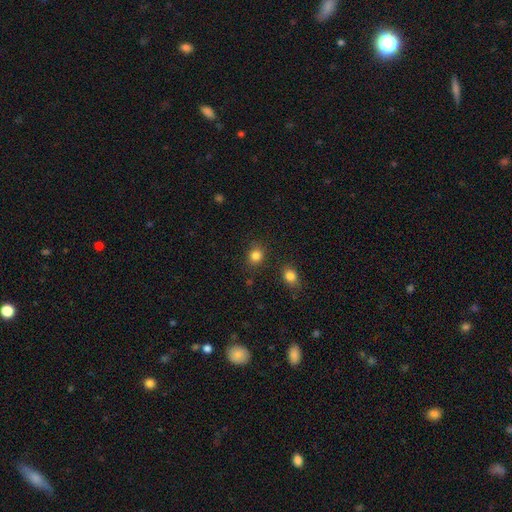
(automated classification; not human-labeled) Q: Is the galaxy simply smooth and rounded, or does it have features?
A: smooth — 84%.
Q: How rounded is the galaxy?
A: round — 71%.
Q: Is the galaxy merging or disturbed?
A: none — 83%.